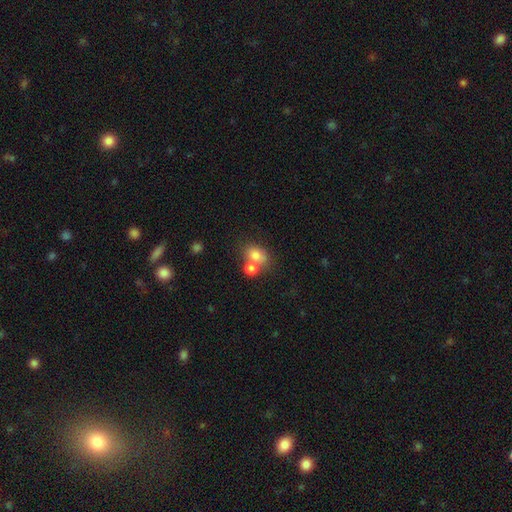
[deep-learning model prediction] Overall: smooth (76%). How rounded: in between (61%; round 38%). Merging: merger (46%; none 39%).